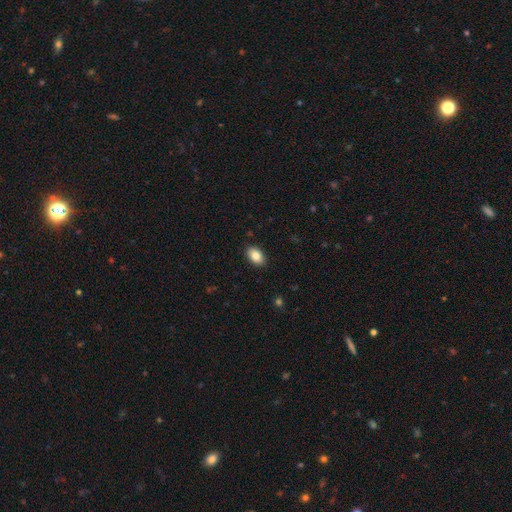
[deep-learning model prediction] Overall: smooth (85%). How rounded: in between (90%). Merging: none (89%).